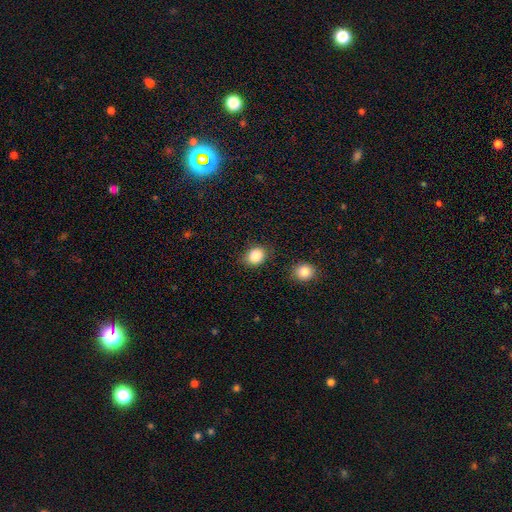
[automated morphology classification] smooth_or_featured: smooth (p=0.85) [alt: star or artifact p=0.09]
how_rounded: round (p=0.54) [alt: in between p=0.45]
merging: none (p=0.79) [alt: minor disturbance p=0.14]